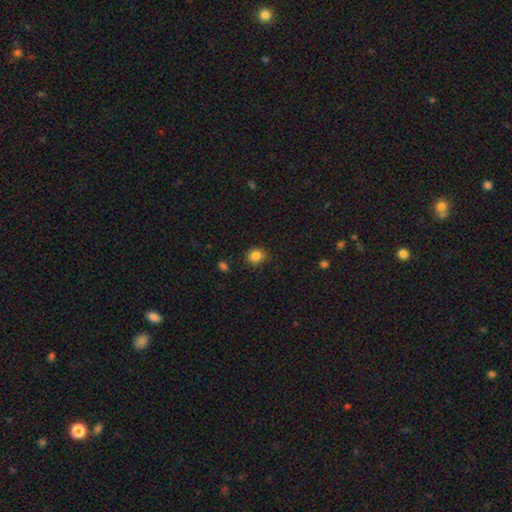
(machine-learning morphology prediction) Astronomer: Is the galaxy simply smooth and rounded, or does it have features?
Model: smooth — 85%.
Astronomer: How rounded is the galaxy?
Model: round — 65%.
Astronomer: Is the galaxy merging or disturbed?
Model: none — 82%.